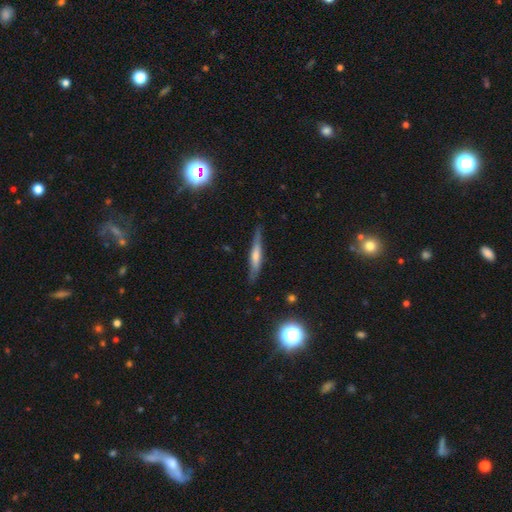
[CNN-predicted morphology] Overall: featured or disk (52%; smooth 39%). Edge-on disk: yes (92%). Merging: none (81%).